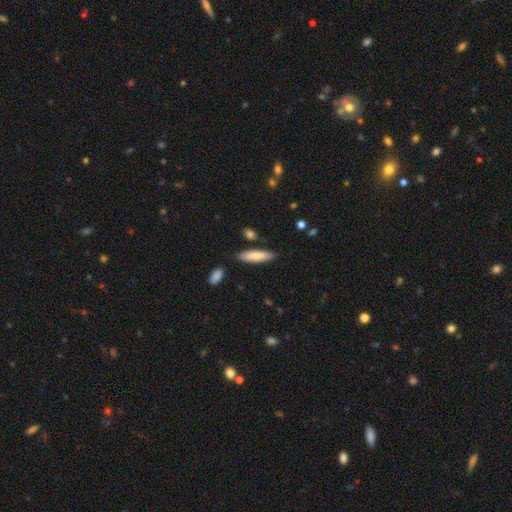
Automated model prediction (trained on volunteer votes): The model was most divided on "how rounded": cigar-shaped: 73%, in between: 26%, round: 1%. More confident: merging — none (82%); smooth or featured — smooth (78%).